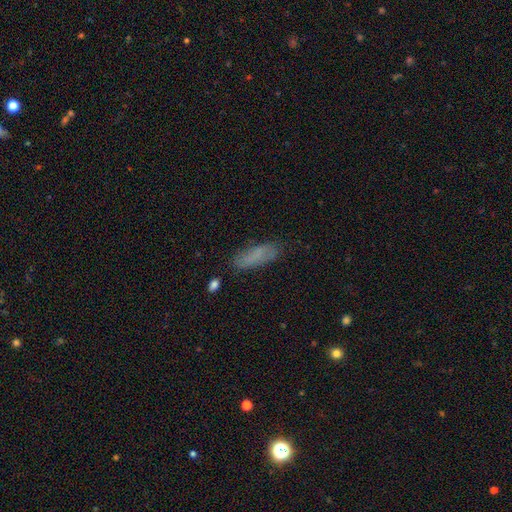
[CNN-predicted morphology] Q: Smooth or featured?
A: smooth (75%); runner-up: featured or disk (16%)
Q: How rounded?
A: cigar-shaped (51%); runner-up: in between (47%)
Q: Merging?
A: none (76%); runner-up: minor disturbance (17%)